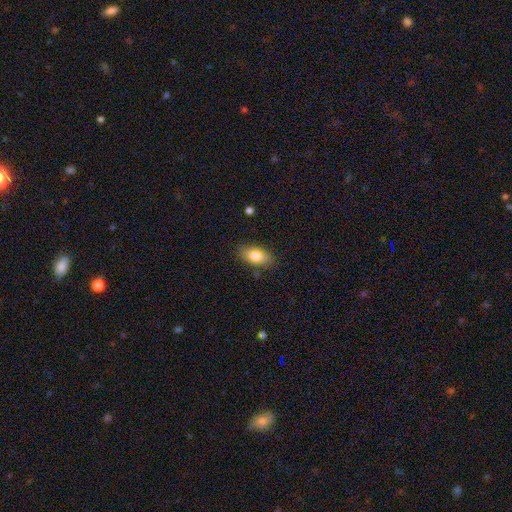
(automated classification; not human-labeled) This is clearly a smooth galaxy (81%). How rounded: clearly in between (88%). Merging: clearly none (82%).